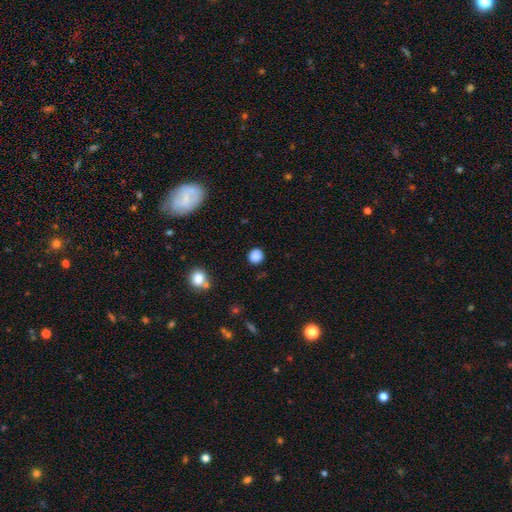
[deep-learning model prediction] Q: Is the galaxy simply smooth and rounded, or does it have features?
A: smooth — 85%.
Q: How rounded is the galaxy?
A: round — 90%.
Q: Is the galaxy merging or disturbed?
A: none — 89%.